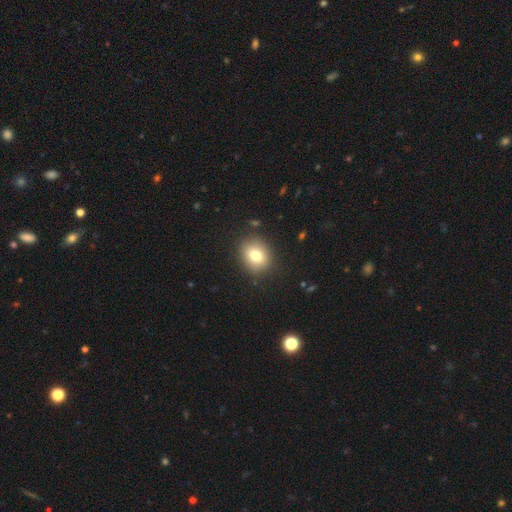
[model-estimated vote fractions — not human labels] smooth-or-featured: smooth: 79% | featured or disk: 11% | star or artifact: 10%
  how-rounded: round: 59% | in between: 40% | cigar-shaped: 1%
  merging: none: 87% | minor disturbance: 9% | major disturbance: 3% | merger: 1%